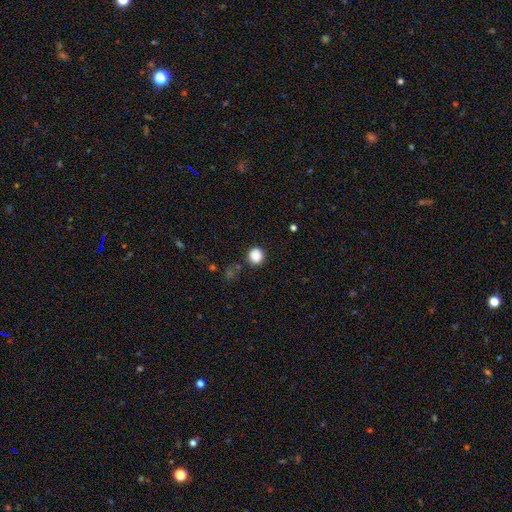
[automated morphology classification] Overall: smooth (86%). How rounded: round (88%). Merging: none (83%).